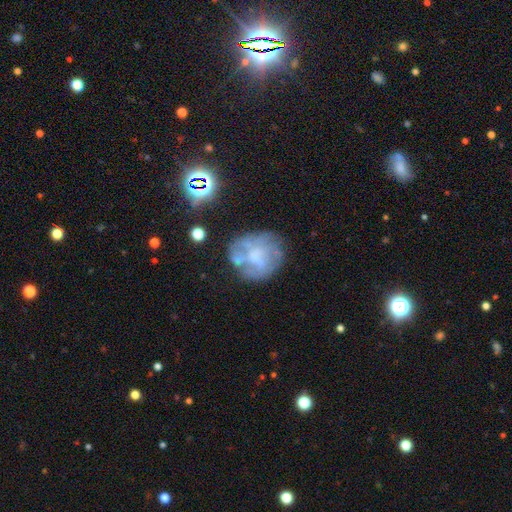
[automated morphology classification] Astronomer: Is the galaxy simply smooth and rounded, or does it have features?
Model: featured or disk — 59%.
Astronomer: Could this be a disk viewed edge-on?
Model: no — 98%.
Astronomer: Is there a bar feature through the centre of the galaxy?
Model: no — 80%.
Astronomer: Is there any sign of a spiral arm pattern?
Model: no — 72%.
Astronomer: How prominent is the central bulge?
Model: none — 56%.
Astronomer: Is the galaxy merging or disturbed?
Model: none — 54%.